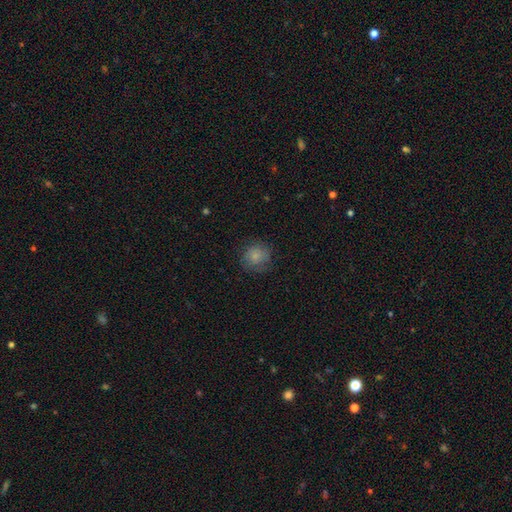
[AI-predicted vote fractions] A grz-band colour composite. It shows a smooth galaxy with no disk features (81%) that is round (88%). Merging: none (74%).